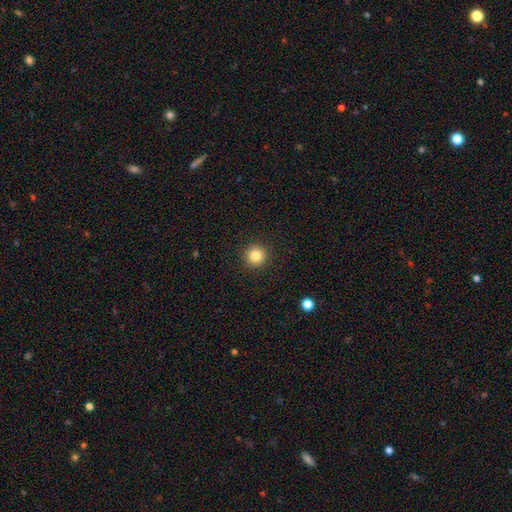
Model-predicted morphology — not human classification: smooth-or-featured: smooth: 84% | star or artifact: 11% | featured or disk: 5%
  how-rounded: round: 95% | in between: 4% | cigar-shaped: 1%
  merging: none: 92% | minor disturbance: 5% | major disturbance: 2% | merger: 1%